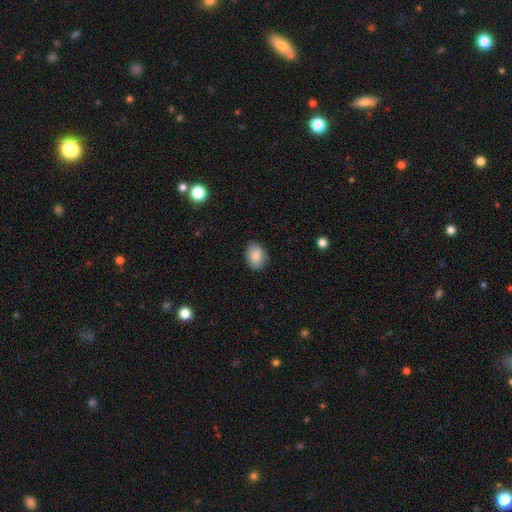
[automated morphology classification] Smooth or featured? Predicted: smooth (p=0.84). How rounded? Predicted: in between (p=0.66). Merging? Predicted: none (p=0.84).